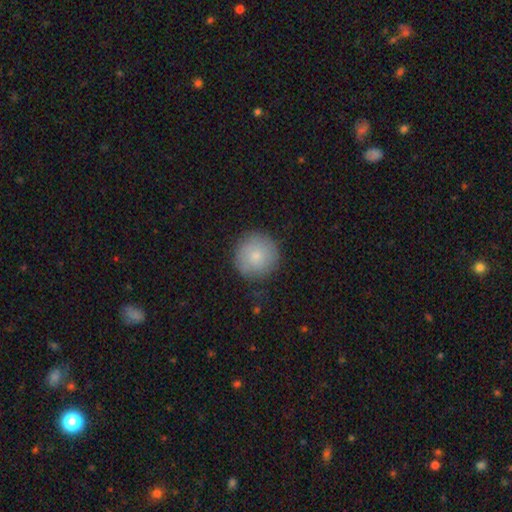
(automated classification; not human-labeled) Smooth or featured? Predicted: smooth (p=0.81). How rounded? Predicted: round (p=0.95). Merging? Predicted: none (p=0.83).